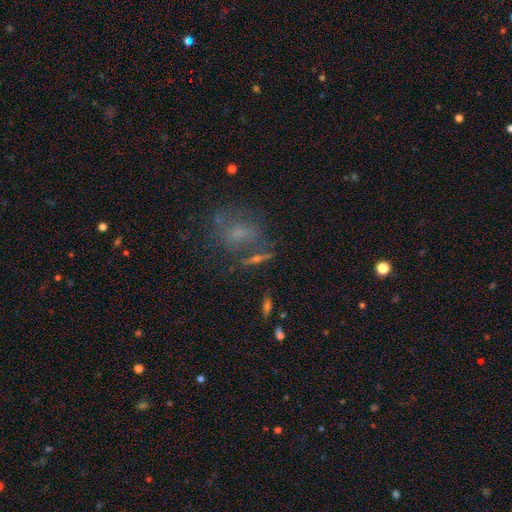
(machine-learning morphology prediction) A smooth galaxy with no disk features (41%). Merging: none (52%).